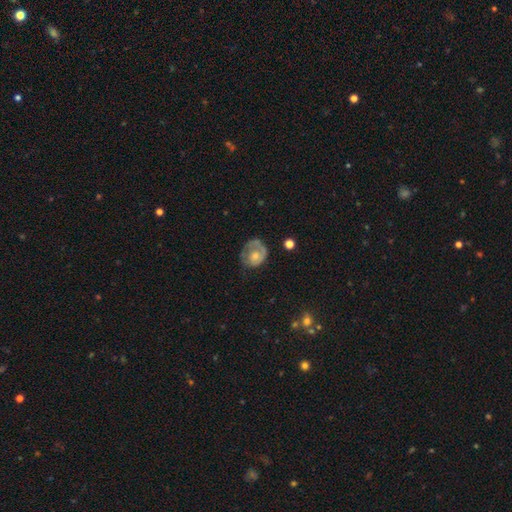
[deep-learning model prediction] smooth-or-featured: featured or disk: 51% | smooth: 42% | star or artifact: 7%
  disk-edge-on: no: 97% | yes: 3%
  merging: none: 48% | minor disturbance: 26% | major disturbance: 24% | merger: 3%